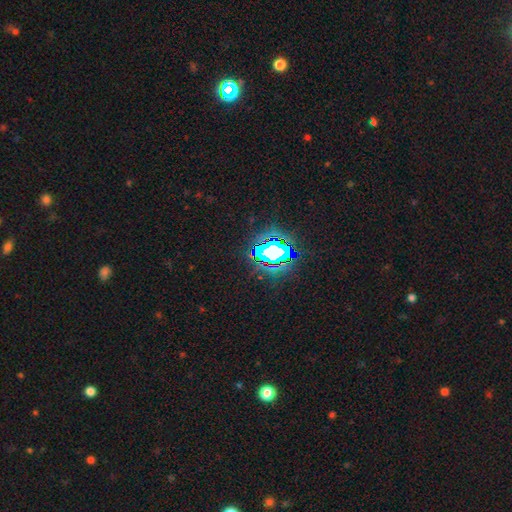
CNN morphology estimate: type=star or artifact (73%).